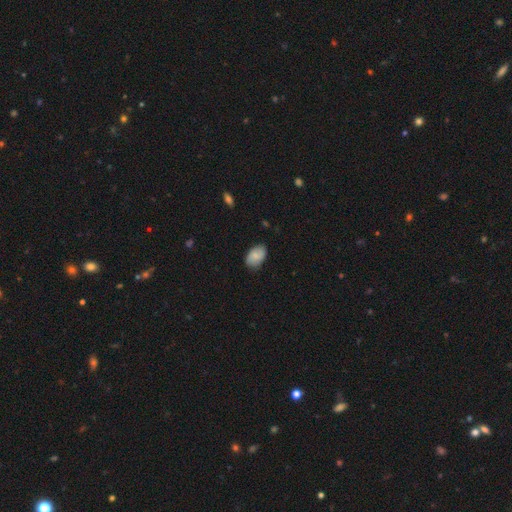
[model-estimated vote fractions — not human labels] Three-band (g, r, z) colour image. It shows a smooth galaxy with no disk features (78%) that is in between round and cigar-shaped (89%). Merging: none (81%).